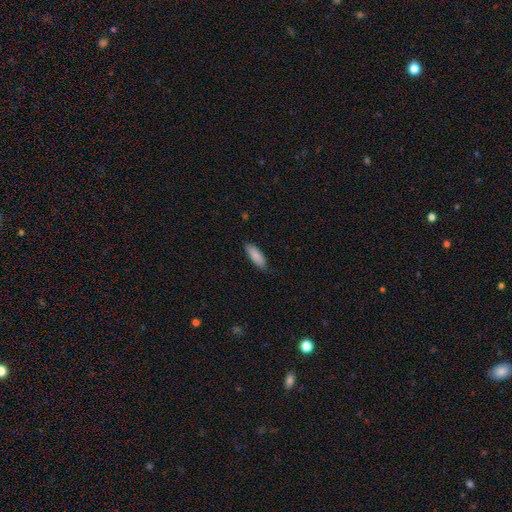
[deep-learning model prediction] smooth 88%, featured or disk 6%, star or artifact 6%. Down the decision tree: how rounded — in between (65%); merging — none (83%).